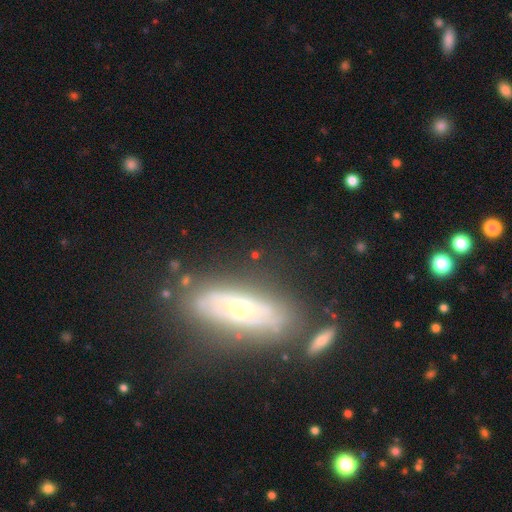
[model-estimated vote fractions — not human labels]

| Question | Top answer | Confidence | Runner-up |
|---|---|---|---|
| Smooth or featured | featured or disk | 58% | smooth (30%) |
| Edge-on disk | no | 63% | yes (37%) |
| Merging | none | 71% | minor disturbance (16%) |